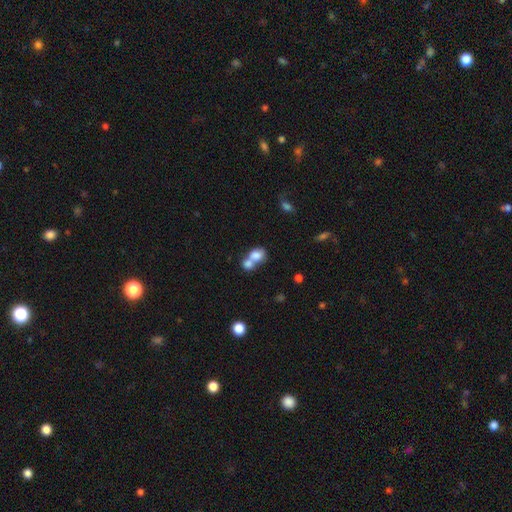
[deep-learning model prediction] Smooth or featured?
  - smooth: 77% *
  - featured or disk: 14%
  - star or artifact: 9%
How rounded?
  - in between: 55% *
  - round: 44%
  - cigar-shaped: 2%
Merging?
  - merger: 70% *
  - none: 21%
  - minor disturbance: 6%
  - major disturbance: 4%